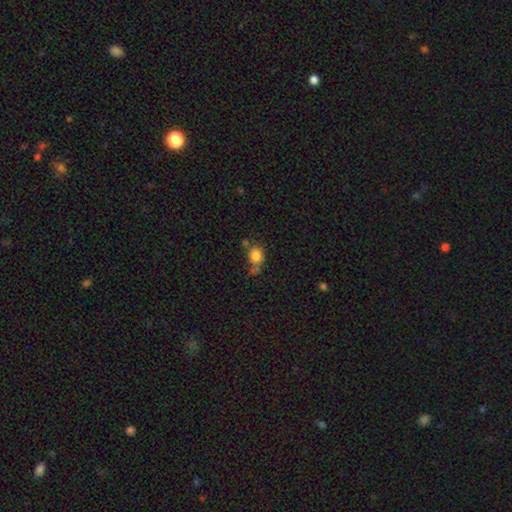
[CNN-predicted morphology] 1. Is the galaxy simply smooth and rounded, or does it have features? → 82% smooth, 10% star or artifact, 8% featured or disk.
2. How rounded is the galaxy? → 57% round, 42% in between, 1% cigar-shaped.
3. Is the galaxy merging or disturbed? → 53% none, 20% minor disturbance, 19% merger, 8% major disturbance.